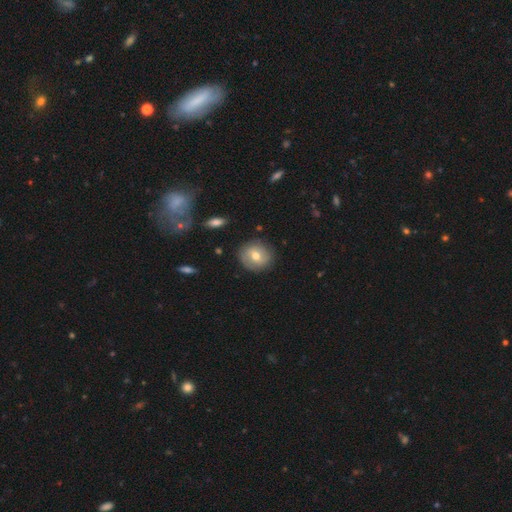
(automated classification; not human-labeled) A smooth galaxy with no disk features (62%) that is round (86%).

Vote fractions:
- Smooth or featured? smooth: 62% / featured or disk: 30% / star or artifact: 8%
- How rounded? round: 86% / in between: 13% / cigar-shaped: 1%
- Merging? none: 85% / minor disturbance: 11% / major disturbance: 3% / merger: 1%